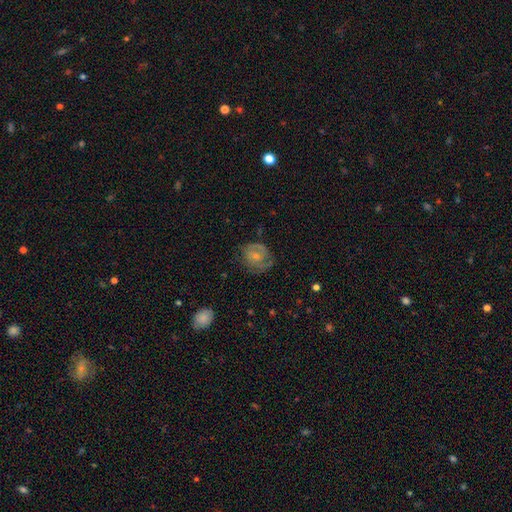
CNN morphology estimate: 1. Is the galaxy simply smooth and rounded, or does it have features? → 59% featured or disk, 33% smooth, 7% star or artifact.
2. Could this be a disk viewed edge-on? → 97% no, 3% yes.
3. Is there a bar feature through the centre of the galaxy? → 63% no, 31% weak, 6% strong.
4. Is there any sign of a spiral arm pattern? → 79% yes, 21% no.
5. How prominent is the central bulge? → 62% small, 30% moderate, 5% none, 2% large, 1% dominant.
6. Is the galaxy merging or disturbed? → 58% none, 24% minor disturbance, 16% major disturbance, 2% merger.